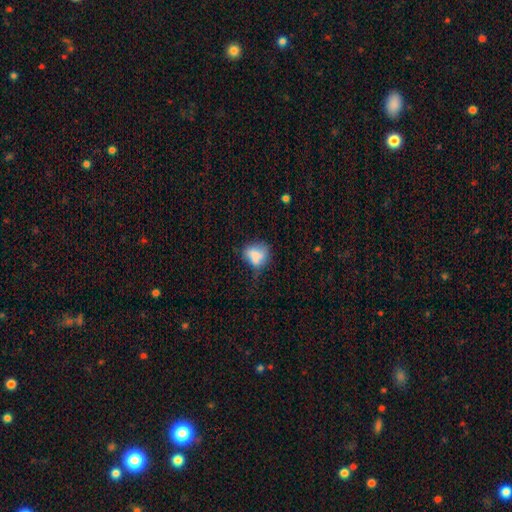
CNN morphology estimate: Smooth or featured: smooth — 74% (featured or disk — 16%)
How rounded: in between — 54% (round — 44%)
Merging: none — 39% (minor disturbance — 34%)